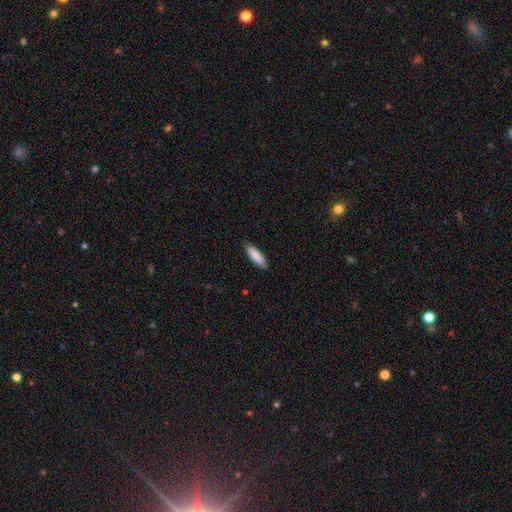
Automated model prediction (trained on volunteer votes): smooth_or_featured: smooth (p=0.87) [alt: featured or disk p=0.07]
how_rounded: cigar-shaped (p=0.54) [alt: in between p=0.45]
merging: none (p=0.86) [alt: minor disturbance p=0.11]